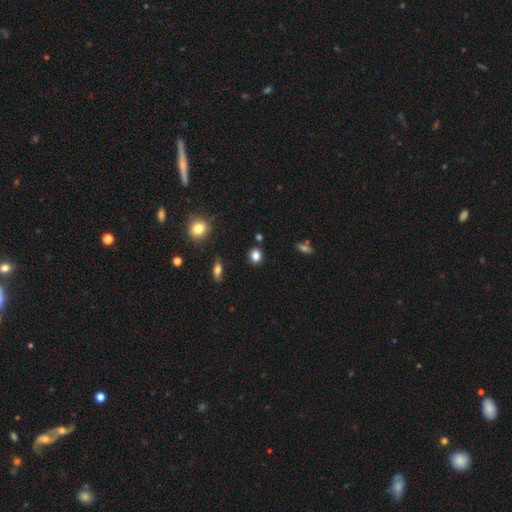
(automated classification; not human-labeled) A smooth galaxy with no disk features (83%) that is round (77%).

Vote fractions:
- Smooth or featured? smooth: 83% / star or artifact: 12% / featured or disk: 5%
- How rounded? round: 77% / in between: 21% / cigar-shaped: 2%
- Merging? none: 86% / minor disturbance: 9% / merger: 3% / major disturbance: 2%